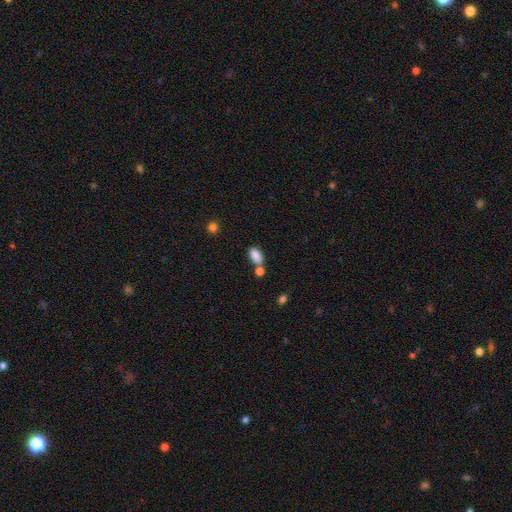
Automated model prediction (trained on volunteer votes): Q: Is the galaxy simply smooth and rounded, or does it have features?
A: smooth — 86%.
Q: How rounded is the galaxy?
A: in between — 92%.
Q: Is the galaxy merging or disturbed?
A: none — 57%.